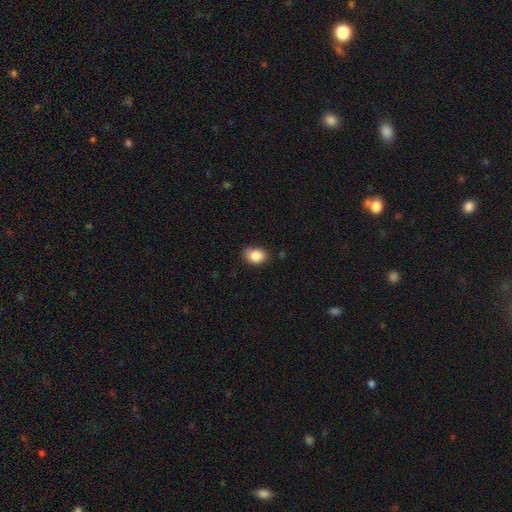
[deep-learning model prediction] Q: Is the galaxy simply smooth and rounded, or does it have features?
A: smooth — 86%.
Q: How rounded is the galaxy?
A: in between — 64%.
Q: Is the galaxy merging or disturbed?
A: none — 75%.